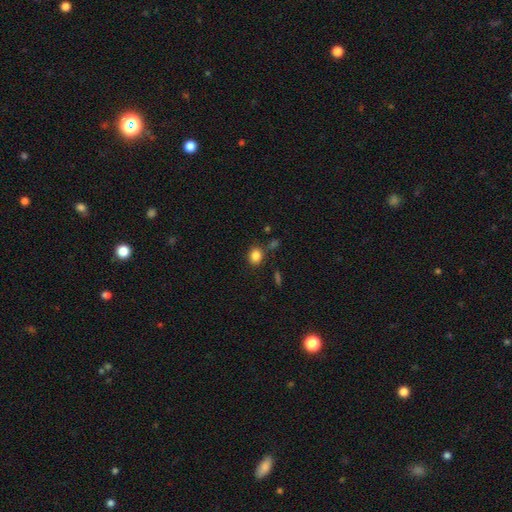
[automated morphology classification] Q: Smooth or featured?
A: smooth (84%); runner-up: star or artifact (11%)
Q: How rounded?
A: round (58%); runner-up: in between (41%)
Q: Merging?
A: none (78%); runner-up: minor disturbance (12%)